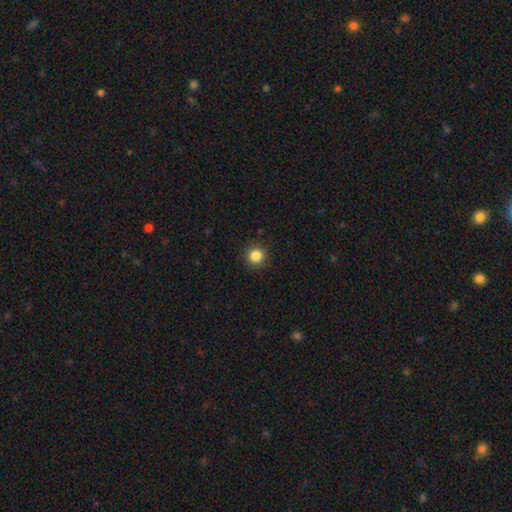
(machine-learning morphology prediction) smooth_or_featured: smooth (p=0.85) [alt: star or artifact p=0.11]
how_rounded: round (p=0.94) [alt: in between p=0.06]
merging: none (p=0.91) [alt: minor disturbance p=0.06]